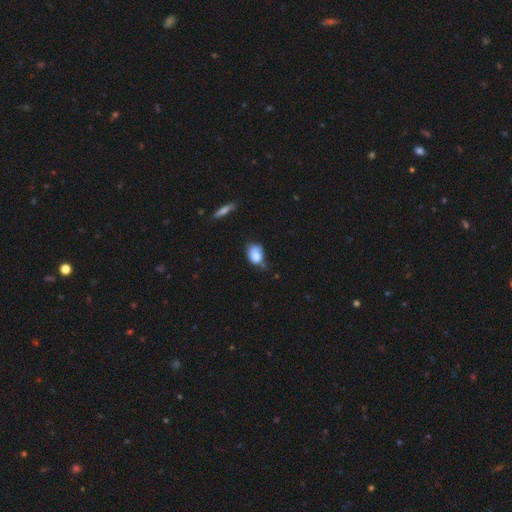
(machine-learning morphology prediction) type=smooth (78%); roundness=in between (69%); merging=minor disturbance (41%).